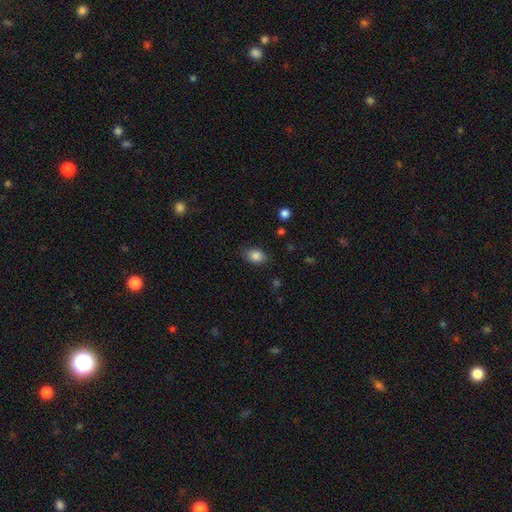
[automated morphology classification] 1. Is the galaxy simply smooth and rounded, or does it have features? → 86% smooth, 9% star or artifact, 5% featured or disk.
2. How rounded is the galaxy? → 75% in between, 24% round, 1% cigar-shaped.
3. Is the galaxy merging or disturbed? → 80% none, 15% minor disturbance, 4% major disturbance, 1% merger.